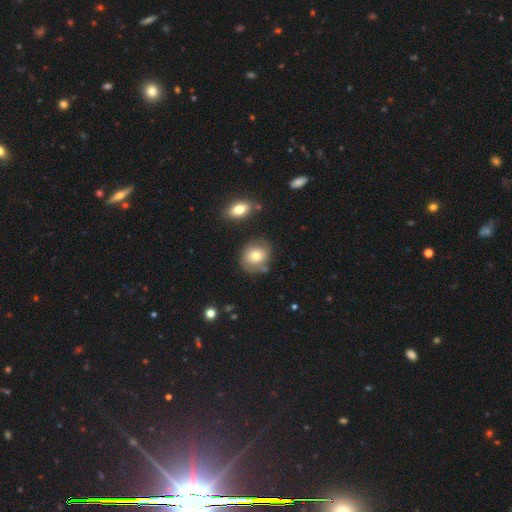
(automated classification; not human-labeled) The model was most divided on "smooth or featured": smooth: 65%, featured or disk: 26%, star or artifact: 9%. More confident: how rounded — round (69%); merging — none (68%).